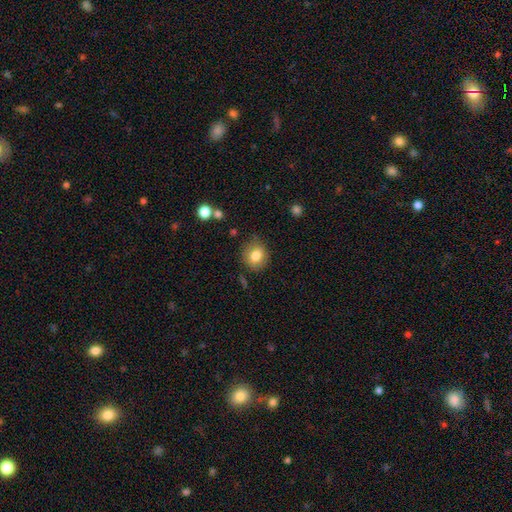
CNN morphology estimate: Q: Smooth or featured?
A: smooth (81%); runner-up: star or artifact (9%)
Q: How rounded?
A: round (72%); runner-up: in between (27%)
Q: Merging?
A: none (79%); runner-up: minor disturbance (15%)